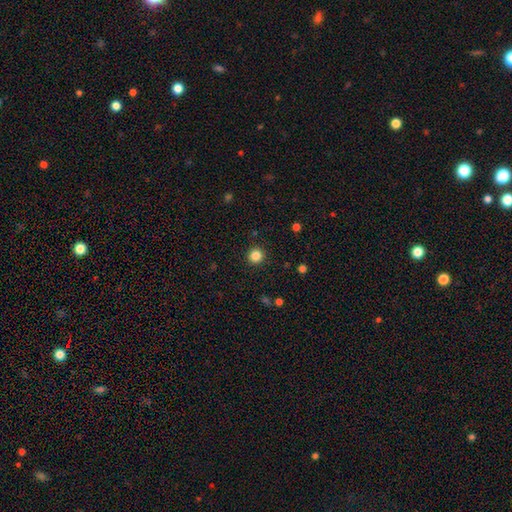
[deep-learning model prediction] Q: Smooth or featured?
A: smooth (84%); runner-up: star or artifact (12%)
Q: How rounded?
A: round (95%); runner-up: in between (4%)
Q: Merging?
A: none (92%); runner-up: minor disturbance (5%)